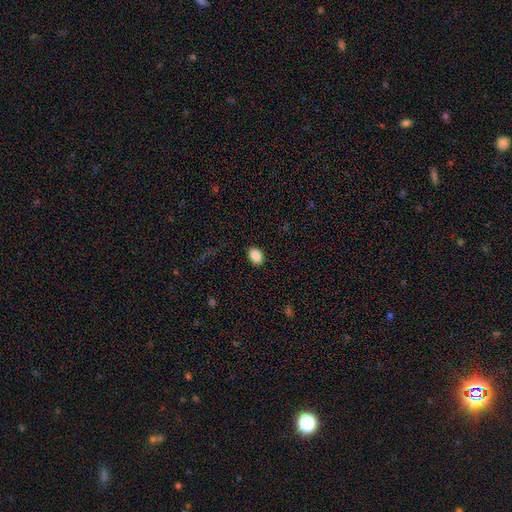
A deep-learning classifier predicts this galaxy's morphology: This is clearly a smooth galaxy (89%). How rounded: likely in between (79%). Merging: clearly none (89%).